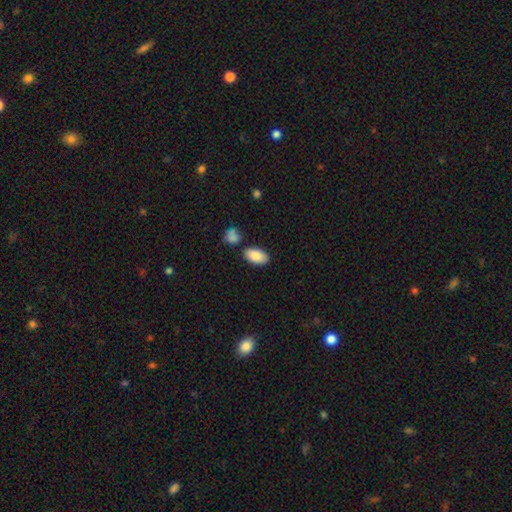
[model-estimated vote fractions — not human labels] A smooth galaxy with no disk features (88%) that is in between round and cigar-shaped (94%).

Vote fractions:
- Smooth or featured? smooth: 88% / star or artifact: 7% / featured or disk: 6%
- How rounded? in between: 94% / round: 3% / cigar-shaped: 3%
- Merging? none: 80% / minor disturbance: 11% / merger: 7% / major disturbance: 3%